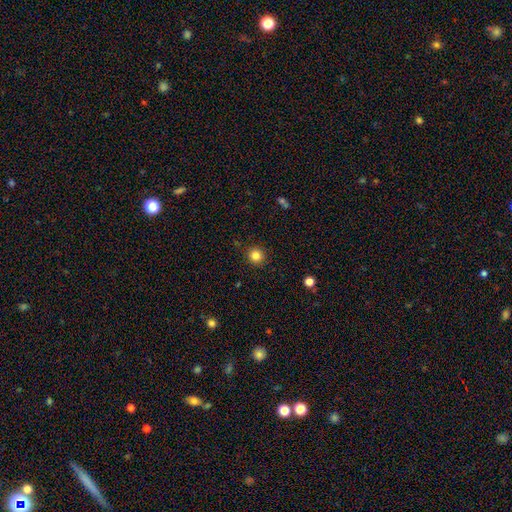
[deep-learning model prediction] Smooth or featured?
  - smooth: 83% *
  - star or artifact: 12%
  - featured or disk: 5%
How rounded?
  - round: 94% *
  - in between: 5%
  - cigar-shaped: 1%
Merging?
  - none: 91% *
  - minor disturbance: 6%
  - major disturbance: 2%
  - merger: 1%